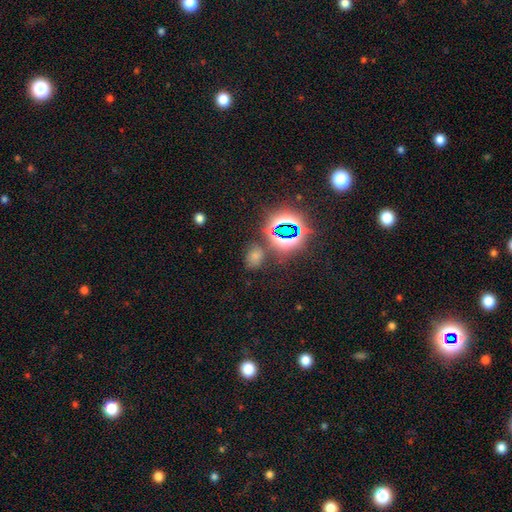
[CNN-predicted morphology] Smooth or featured?
  - smooth: 53% *
  - star or artifact: 40%
  - featured or disk: 8%
How rounded?
  - in between: 67% *
  - round: 32%
  - cigar-shaped: 2%
Merging?
  - none: 71% *
  - minor disturbance: 15%
  - merger: 7%
  - major disturbance: 6%